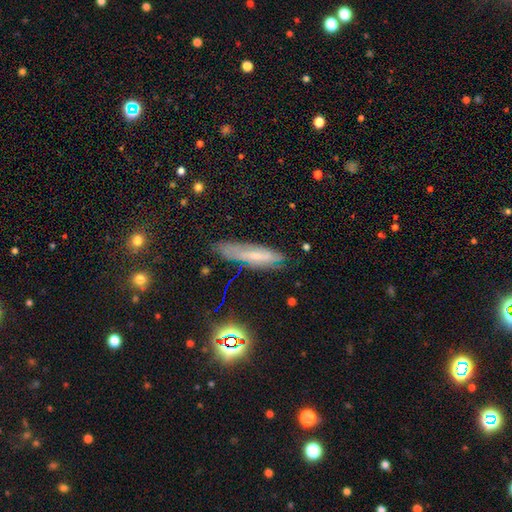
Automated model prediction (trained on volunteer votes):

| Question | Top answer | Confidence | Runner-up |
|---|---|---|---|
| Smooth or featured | featured or disk | 46% | smooth (39%) |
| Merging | none | 70% | minor disturbance (21%) |